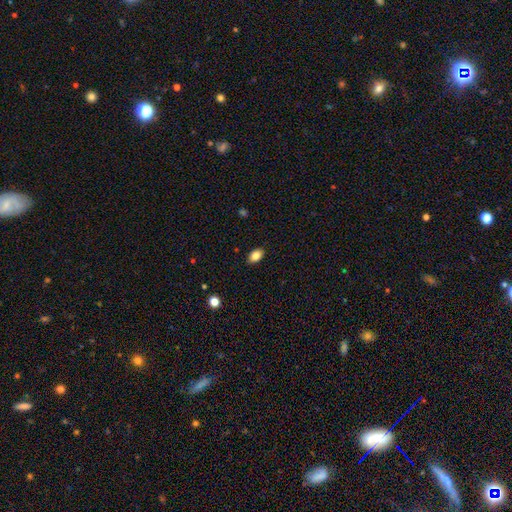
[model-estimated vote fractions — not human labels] A smooth galaxy with no disk features (84%) that is in between round and cigar-shaped (89%). Merging: none (88%).